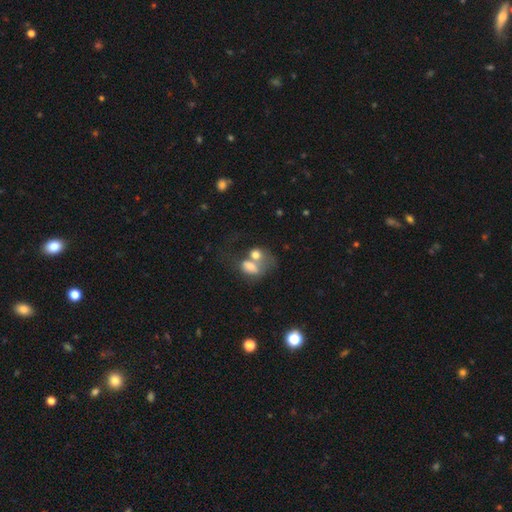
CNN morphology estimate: This appears to be a smooth galaxy with no disk features (65%) that is in between round and cigar-shaped (68%). Merging: merger (65%).